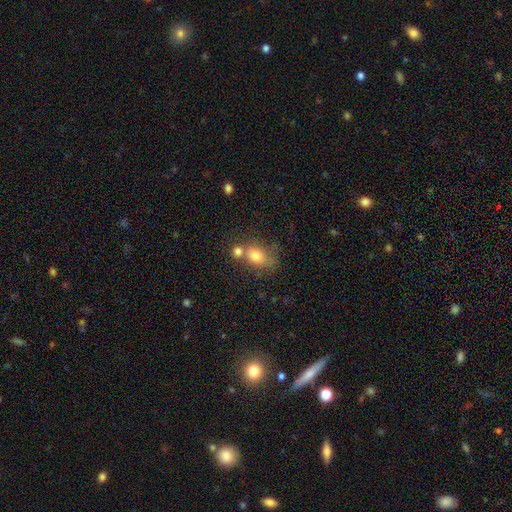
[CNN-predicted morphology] A smooth galaxy with no disk features (77%) that is in between round and cigar-shaped (65%).

Vote fractions:
- Smooth or featured? smooth: 77% / featured or disk: 12% / star or artifact: 10%
- How rounded? in between: 65% / round: 33% / cigar-shaped: 2%
- Merging? merger: 41% / none: 35% / minor disturbance: 16% / major disturbance: 9%